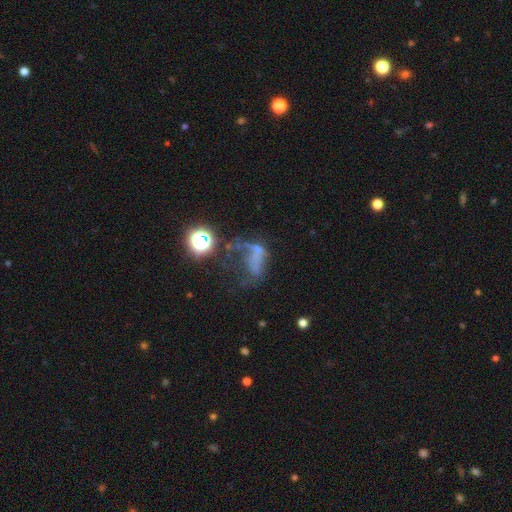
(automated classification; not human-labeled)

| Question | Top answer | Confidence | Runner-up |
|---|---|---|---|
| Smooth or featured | featured or disk | 36% | smooth (33%) |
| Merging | major disturbance | 46% | none (24%) |